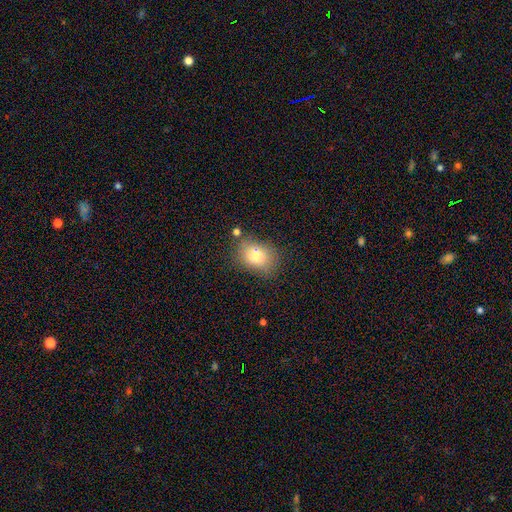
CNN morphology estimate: smooth 80%, featured or disk 11%, star or artifact 9%. Down the decision tree: how rounded — in between (71%); merging — none (69%).